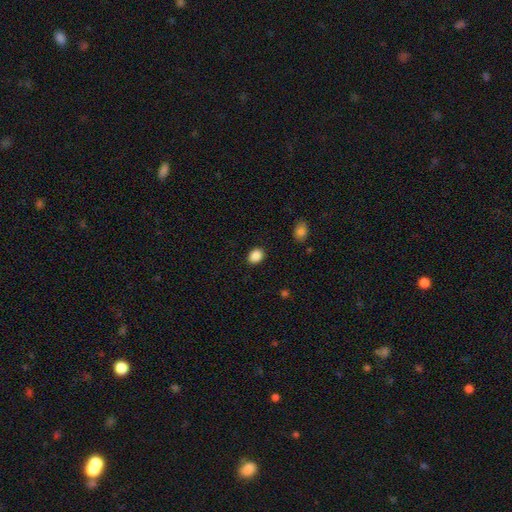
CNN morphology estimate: type=smooth (88%); roundness=in between (59%); merging=none (88%).